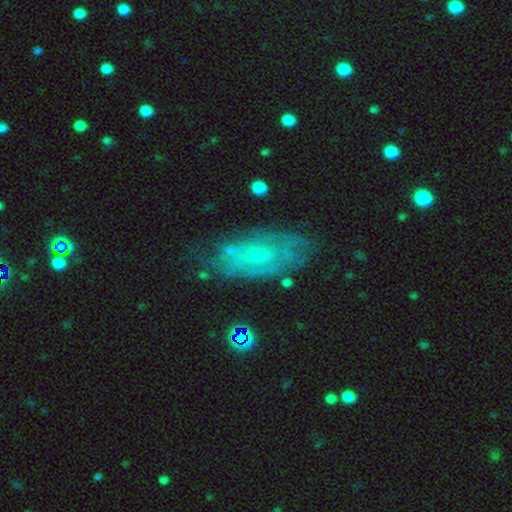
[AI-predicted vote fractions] smooth_or_featured: featured or disk (p=0.61) [alt: smooth p=0.30]
disk_edge_on: no (p=0.90) [alt: yes p=0.10]
bar: no (p=0.71) [alt: weak p=0.25]
has_spiral_arms: yes (p=0.65) [alt: no p=0.35]
bulge_size: small (p=0.40) [alt: none p=0.32]
merging: none (p=0.65) [alt: minor disturbance p=0.23]